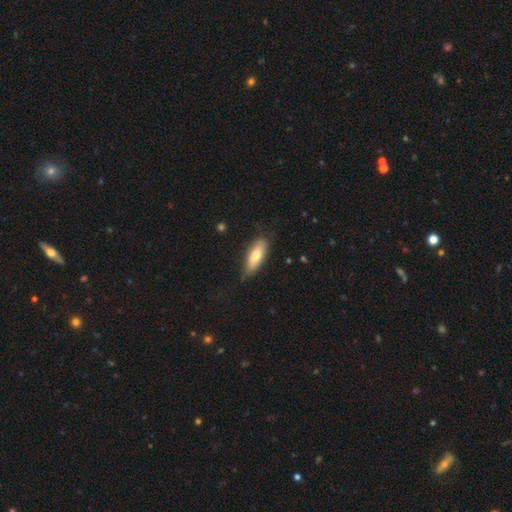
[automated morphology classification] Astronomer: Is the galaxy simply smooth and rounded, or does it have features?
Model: smooth — 72%.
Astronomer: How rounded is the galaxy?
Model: in between — 68%.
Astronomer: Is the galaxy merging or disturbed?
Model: none — 74%.